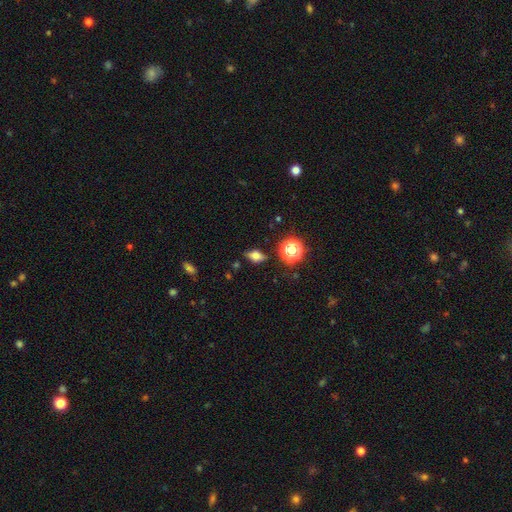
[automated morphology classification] type=smooth (60%); roundness=in between (69%); merging=none (77%).